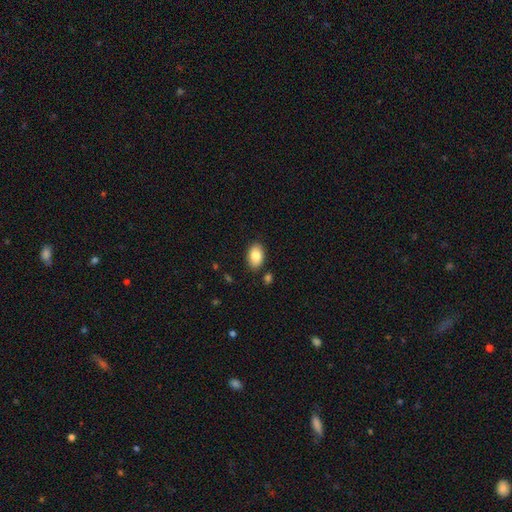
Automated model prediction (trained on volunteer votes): smooth-or-featured: smooth: 85% | featured or disk: 8% | star or artifact: 7%
  how-rounded: in between: 89% | round: 10% | cigar-shaped: 1%
  merging: none: 85% | minor disturbance: 10% | merger: 2% | major disturbance: 2%